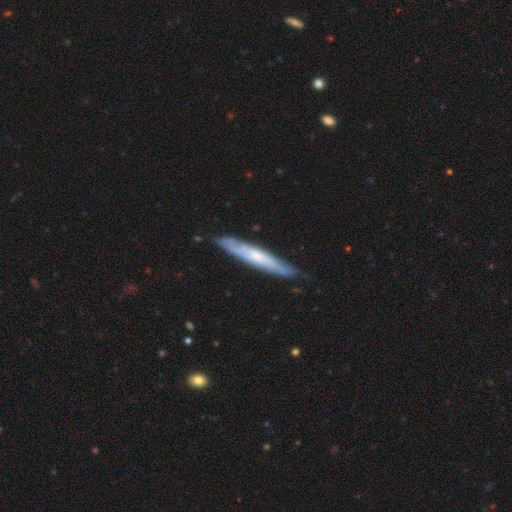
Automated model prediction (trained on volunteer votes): Smooth or featured: featured or disk — 52% (smooth — 42%)
Edge-on disk: yes — 79% (no — 21%)
Merging: none — 82% (minor disturbance — 15%)